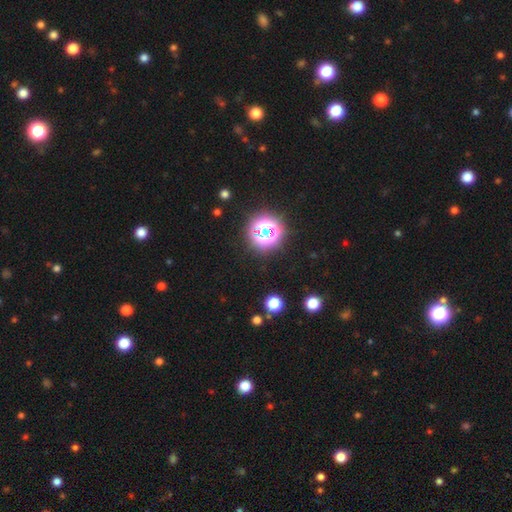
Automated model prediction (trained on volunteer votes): The model was most divided on "smooth or featured": star or artifact: 77%, smooth: 16%, featured or disk: 7%.